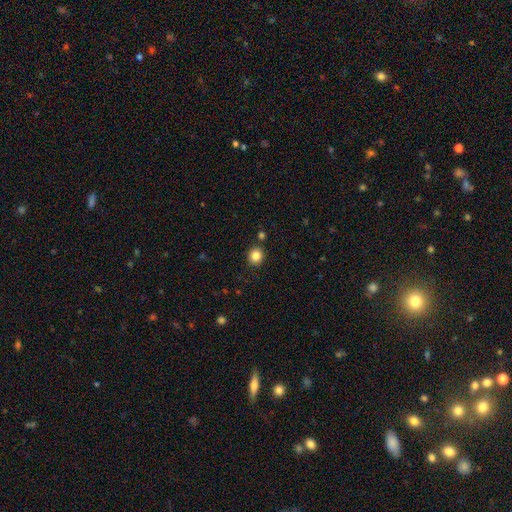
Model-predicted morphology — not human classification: Smooth or featured?
  - smooth: 84% *
  - star or artifact: 11%
  - featured or disk: 5%
How rounded?
  - round: 84% *
  - in between: 15%
  - cigar-shaped: 1%
Merging?
  - none: 87% *
  - minor disturbance: 7%
  - merger: 4%
  - major disturbance: 2%